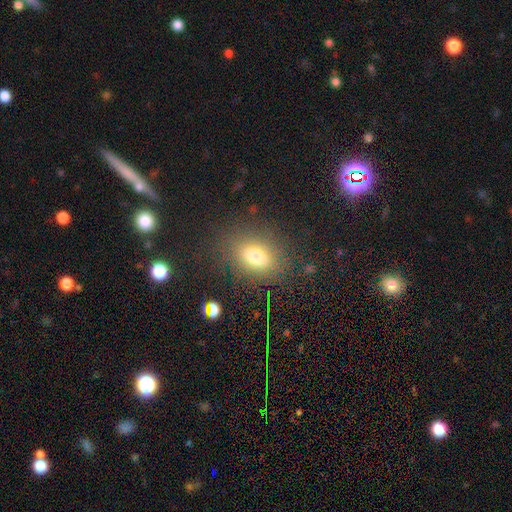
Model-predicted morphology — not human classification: The model was most divided on "how rounded": in between: 72%, round: 25%, cigar-shaped: 4%. More confident: merging — none (81%); smooth or featured — smooth (72%).